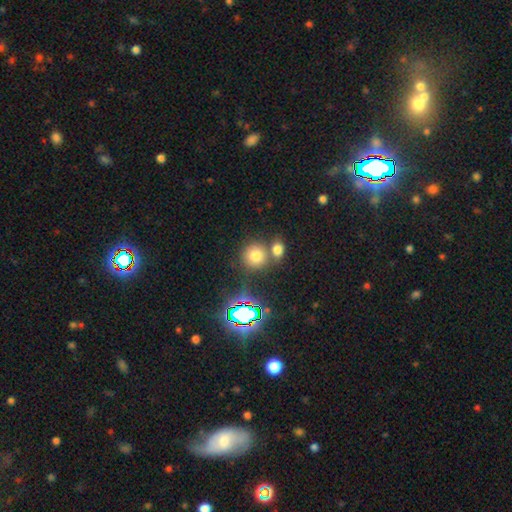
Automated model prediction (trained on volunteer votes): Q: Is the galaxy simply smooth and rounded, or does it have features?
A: smooth — 72%.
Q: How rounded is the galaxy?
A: round — 87%.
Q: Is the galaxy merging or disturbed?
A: none — 61%.